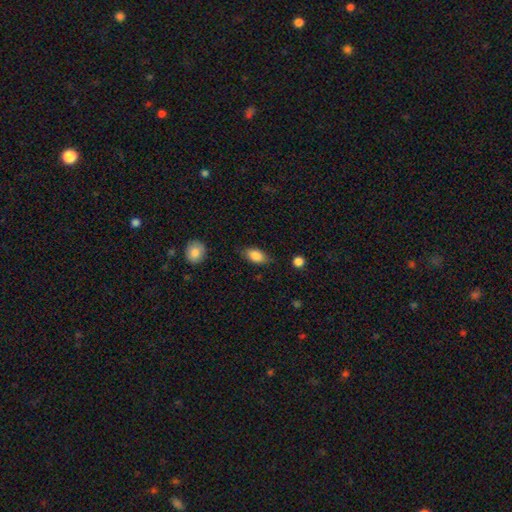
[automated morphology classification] The model was most divided on "merging": none: 76%, minor disturbance: 18%, major disturbance: 4%, merger: 2%. More confident: how rounded — in between (89%); smooth or featured — smooth (83%).